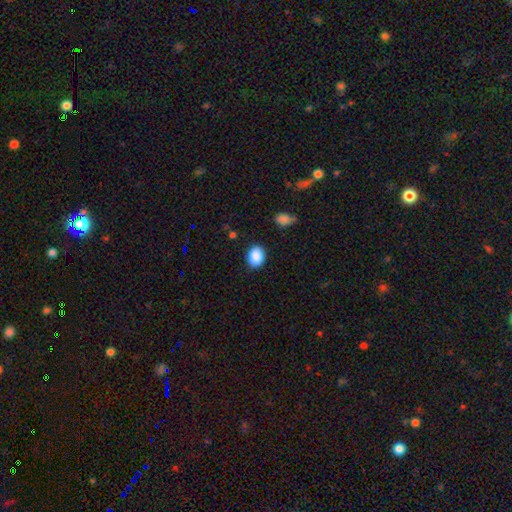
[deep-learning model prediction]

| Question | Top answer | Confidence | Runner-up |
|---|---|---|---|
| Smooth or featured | smooth | 89% | star or artifact (8%) |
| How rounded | in between | 60% | round (39%) |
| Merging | none | 87% | minor disturbance (10%) |